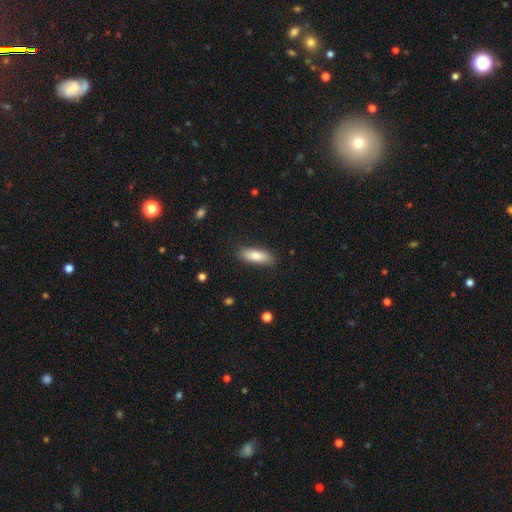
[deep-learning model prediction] Smooth or featured? Predicted: smooth (p=0.81). How rounded? Predicted: in between (p=0.66). Merging? Predicted: none (p=0.85).